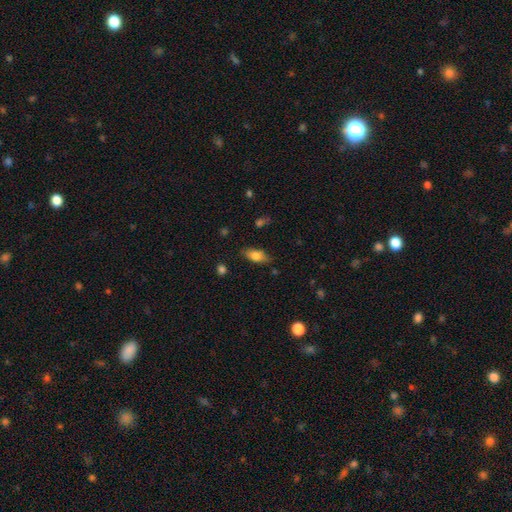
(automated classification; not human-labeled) The model was most divided on "merging": none: 78%, minor disturbance: 16%, major disturbance: 4%, merger: 2%. More confident: how rounded — in between (85%); smooth or featured — smooth (77%).